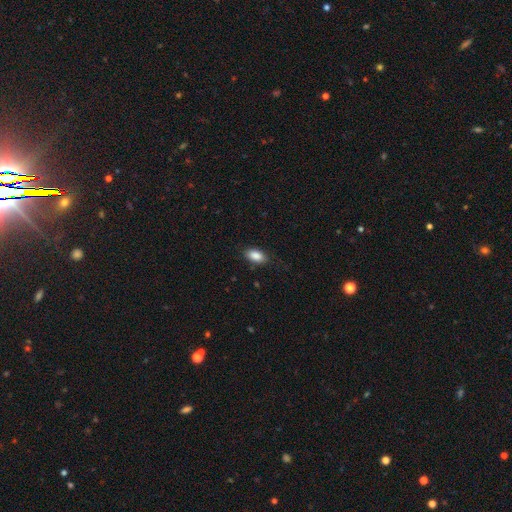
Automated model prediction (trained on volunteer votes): This appears to be a smooth galaxy with no disk features (88%) that is in between round and cigar-shaped (92%). Merging: none (82%).